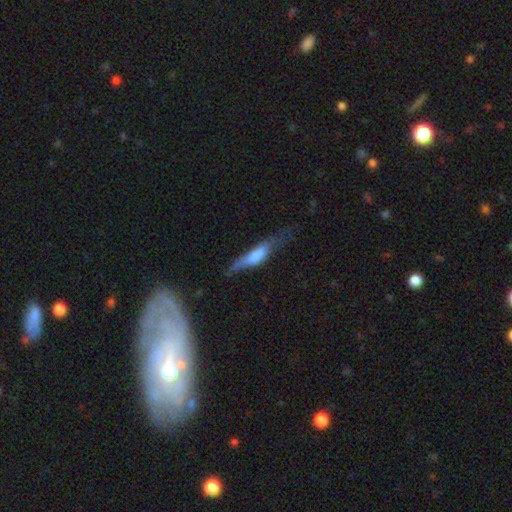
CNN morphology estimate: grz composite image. It shows a smooth galaxy with no disk features (57%) that is cigar-shaped (68%). Merging: none (39%).